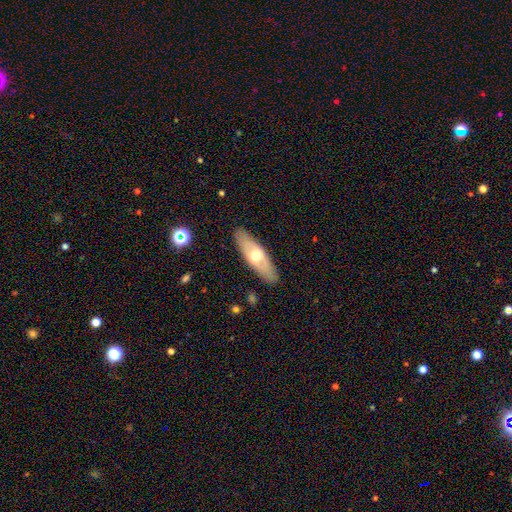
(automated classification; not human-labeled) Overall: smooth (48%; featured or disk 47%). Merging: none (87%).